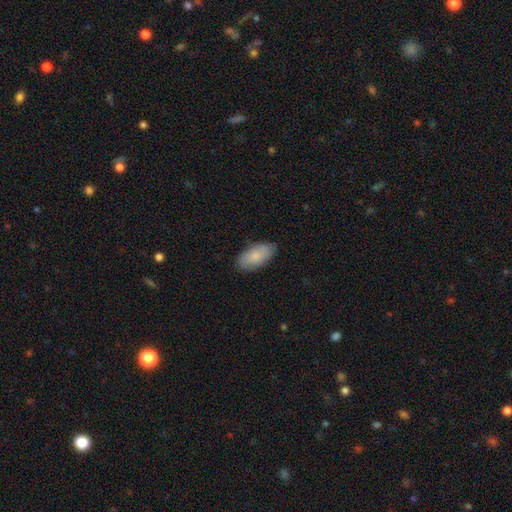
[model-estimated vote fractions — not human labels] The model was most divided on "smooth or featured": smooth: 81%, featured or disk: 14%, star or artifact: 6%. More confident: how rounded — in between (93%); merging — none (84%).